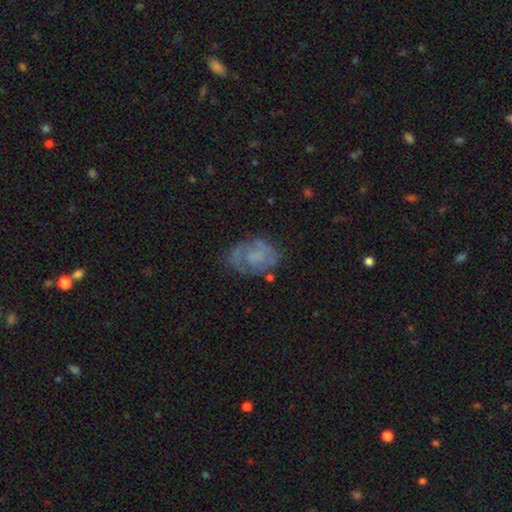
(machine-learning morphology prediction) The model was most divided on "bulge size": none: 49%, small: 21%, moderate: 21%, large: 7%, dominant: 2%. More confident: edge-on disk — no (97%); bar — no (73%); spiral arms — yes (66%); merging — none (65%); smooth or featured — featured or disk (62%).